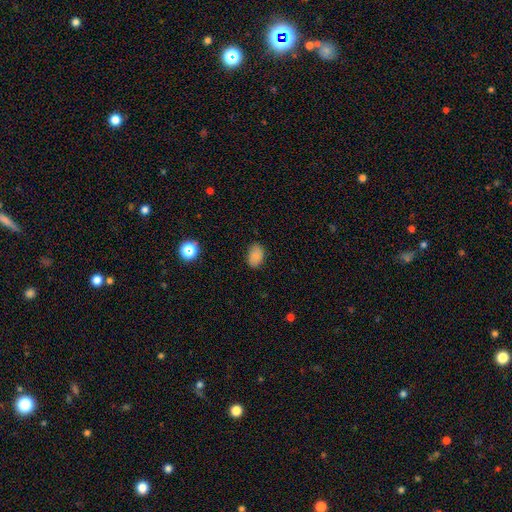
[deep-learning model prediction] A smooth galaxy with no disk features (82%) that is in between round and cigar-shaped (82%).

Vote fractions:
- Smooth or featured? smooth: 82% / star or artifact: 11% / featured or disk: 8%
- How rounded? in between: 82% / round: 17% / cigar-shaped: 1%
- Merging? none: 79% / minor disturbance: 17% / major disturbance: 3% / merger: 1%